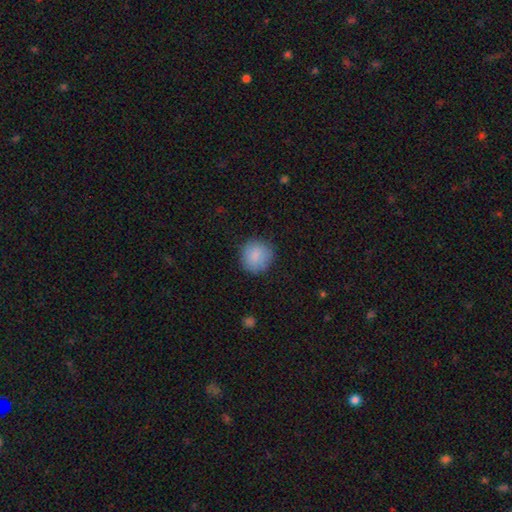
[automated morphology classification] type=smooth (87%); roundness=round (92%); merging=none (85%).